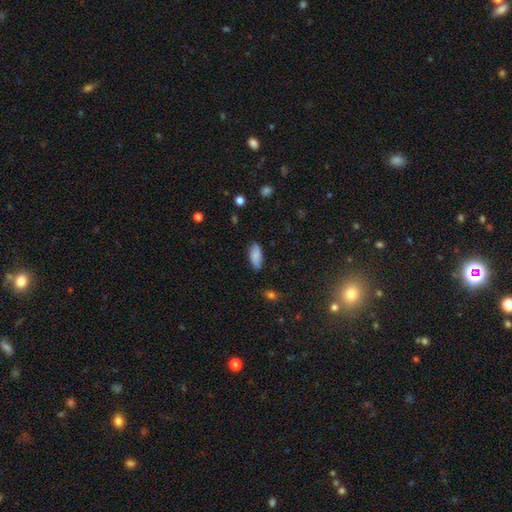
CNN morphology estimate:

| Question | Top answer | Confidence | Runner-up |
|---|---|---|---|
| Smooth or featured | smooth | 84% | featured or disk (9%) |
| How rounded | in between | 84% | cigar-shaped (14%) |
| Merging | none | 80% | minor disturbance (16%) |